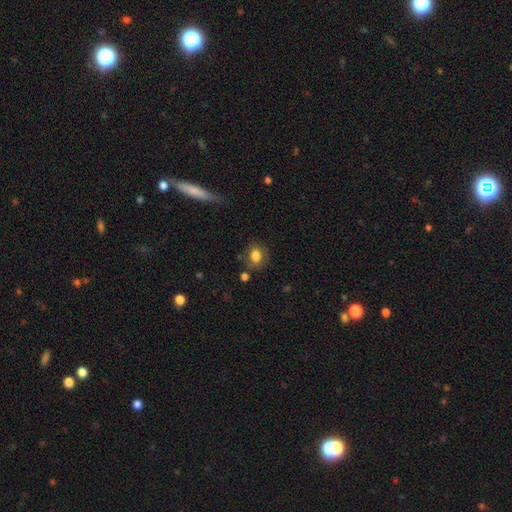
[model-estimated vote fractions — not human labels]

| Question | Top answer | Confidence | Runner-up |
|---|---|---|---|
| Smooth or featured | smooth | 79% | featured or disk (12%) |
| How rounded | in between | 50% | round (49%) |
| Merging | none | 77% | minor disturbance (15%) |